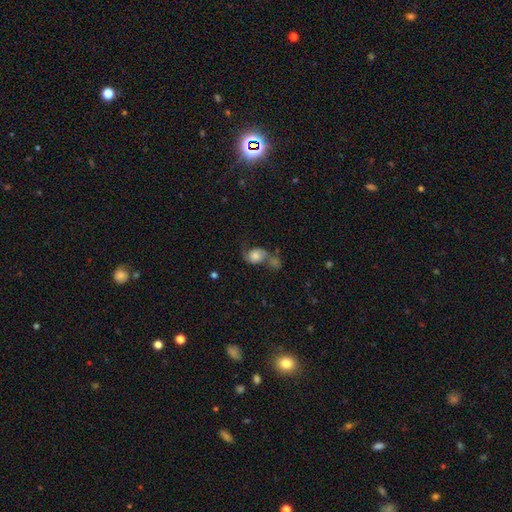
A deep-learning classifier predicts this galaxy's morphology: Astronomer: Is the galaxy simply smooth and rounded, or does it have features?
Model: smooth — 49% (runner-up: featured or disk, 41%).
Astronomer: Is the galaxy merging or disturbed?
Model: merger — 42% (runner-up: none, 27%).